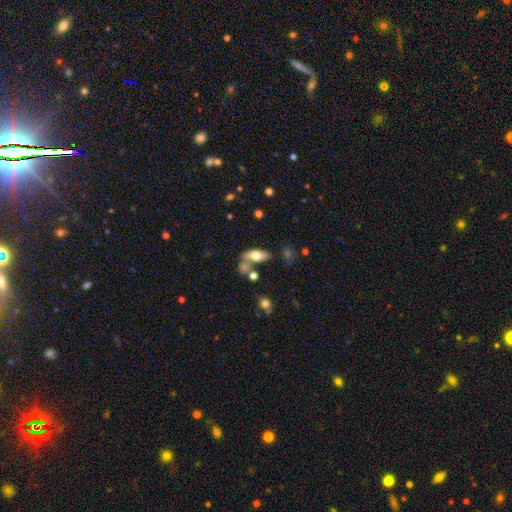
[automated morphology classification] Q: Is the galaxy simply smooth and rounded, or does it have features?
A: smooth — 63%.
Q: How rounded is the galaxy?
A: in between — 77%.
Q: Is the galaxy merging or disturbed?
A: none — 45%.